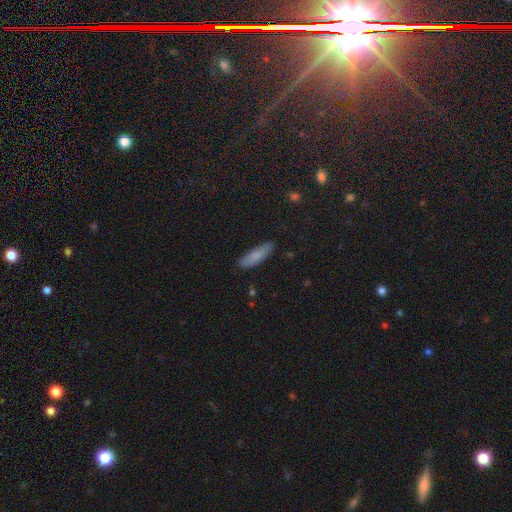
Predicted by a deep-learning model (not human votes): This appears to be a smooth galaxy with no disk features (83%) that is cigar-shaped (66%). Merging: none (83%).